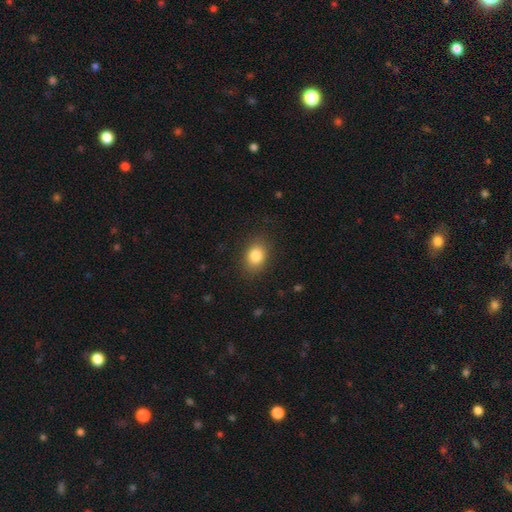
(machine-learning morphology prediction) A smooth galaxy with no disk features (84%) that is in between round and cigar-shaped (66%). Merging: none (85%).